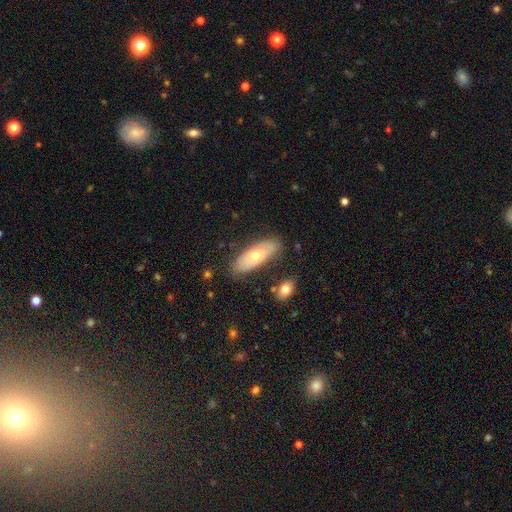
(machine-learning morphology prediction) The model was most divided on "smooth or featured": smooth: 55%, featured or disk: 39%, star or artifact: 6%. More confident: merging — none (80%); how rounded — in between (73%).